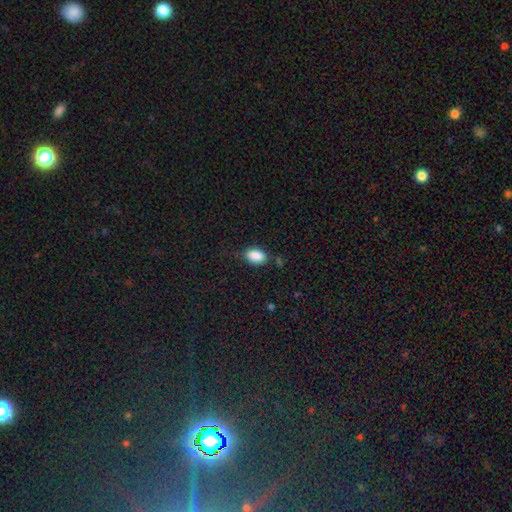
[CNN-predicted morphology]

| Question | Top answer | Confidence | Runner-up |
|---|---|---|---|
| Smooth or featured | smooth | 88% | star or artifact (8%) |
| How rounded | in between | 89% | round (9%) |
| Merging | none | 73% | minor disturbance (19%) |